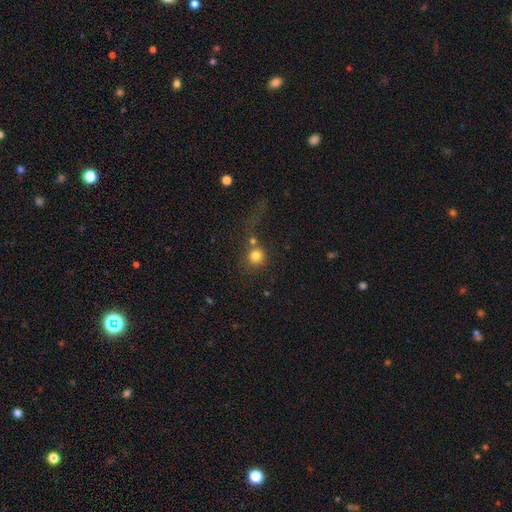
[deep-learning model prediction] The model was most divided on "merging": none: 48%, merger: 30%, major disturbance: 12%, minor disturbance: 10%. More confident: how rounded — round (90%); smooth or featured — smooth (79%).